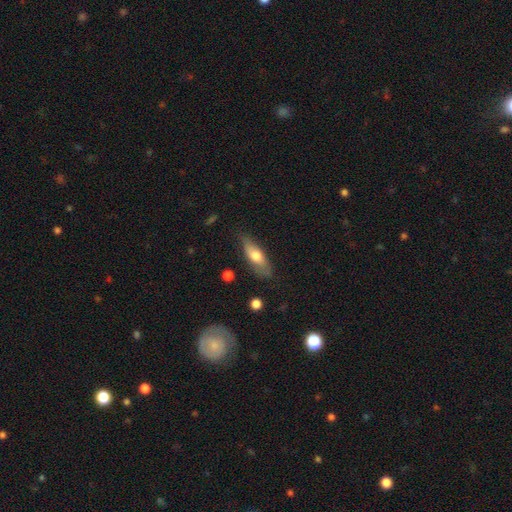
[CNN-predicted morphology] Q: Smooth or featured?
A: smooth (64%); runner-up: featured or disk (31%)
Q: How rounded?
A: in between (60%); runner-up: cigar-shaped (37%)
Q: Merging?
A: none (74%); runner-up: minor disturbance (20%)